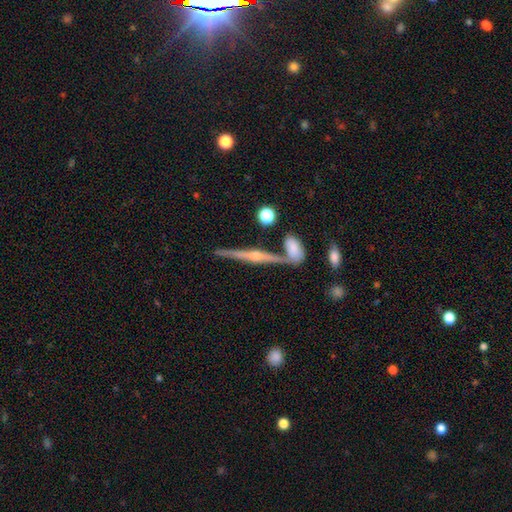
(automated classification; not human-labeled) This is likely a featured or disk galaxy (73%). It is clearly viewed edge-on (93%). Edge-on bulge: clearly rounded (87%). Merging: likely none (71%).